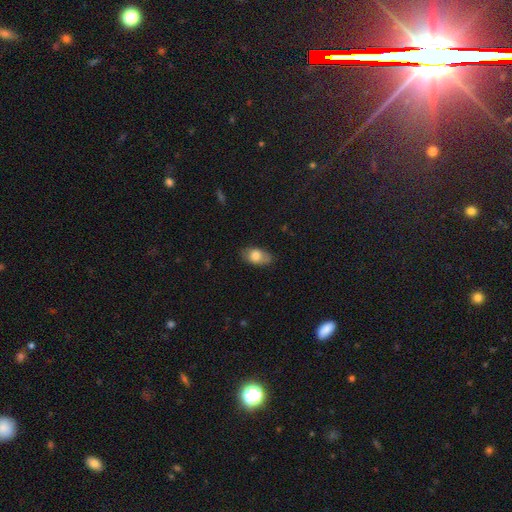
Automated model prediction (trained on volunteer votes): Morphology: type=smooth (79%); roundness=in between (90%); merging=none (75%).